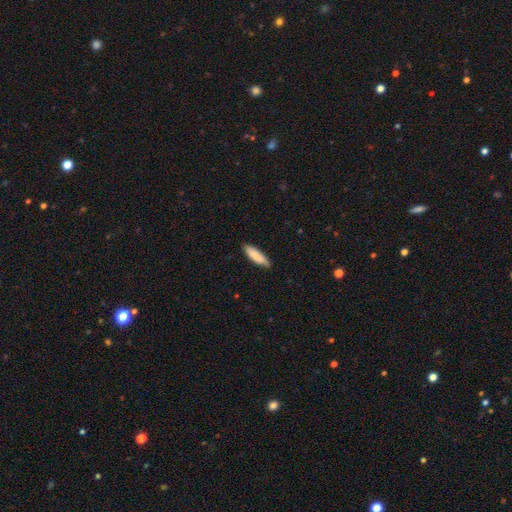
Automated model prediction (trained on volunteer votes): Smooth or featured?
  - smooth: 84% *
  - featured or disk: 10%
  - star or artifact: 6%
How rounded?
  - cigar-shaped: 54% *
  - in between: 45%
  - round: 1%
Merging?
  - none: 81% *
  - minor disturbance: 16%
  - major disturbance: 2%
  - merger: 1%